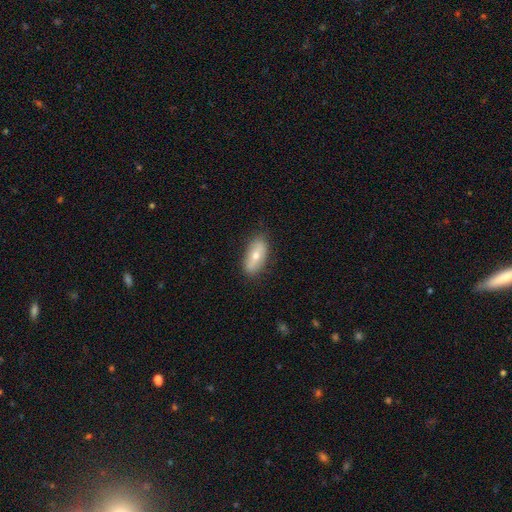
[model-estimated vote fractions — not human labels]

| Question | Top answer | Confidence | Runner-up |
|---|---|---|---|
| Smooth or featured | smooth | 63% | featured or disk (31%) |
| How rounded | in between | 86% | cigar-shaped (10%) |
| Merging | none | 83% | minor disturbance (13%) |